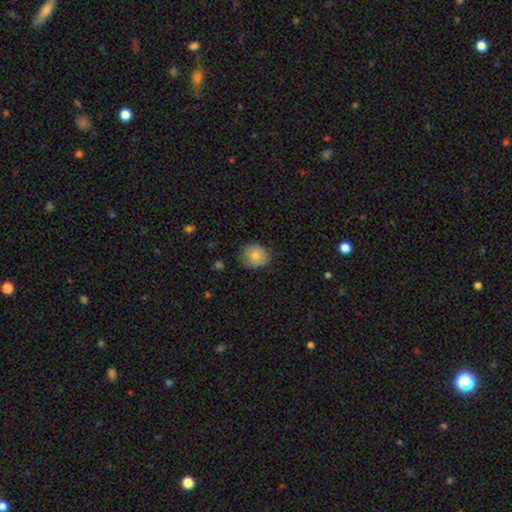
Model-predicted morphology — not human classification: Overall: smooth (81%). How rounded: round (72%). Merging: none (78%).